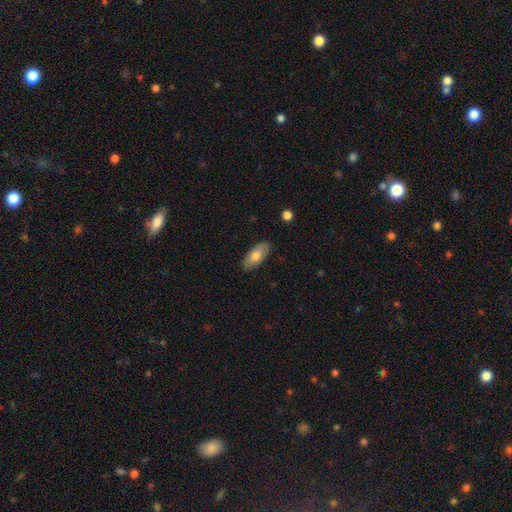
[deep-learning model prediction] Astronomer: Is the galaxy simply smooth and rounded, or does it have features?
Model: smooth — 75%.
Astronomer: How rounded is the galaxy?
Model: in between — 88%.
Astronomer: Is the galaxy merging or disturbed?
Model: none — 87%.